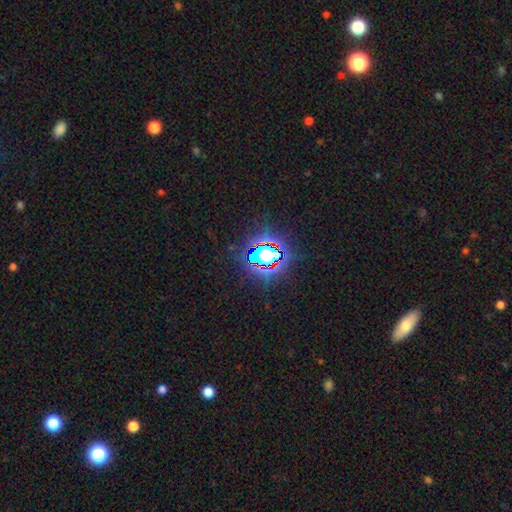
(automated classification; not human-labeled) Overall: star or artifact (79%).